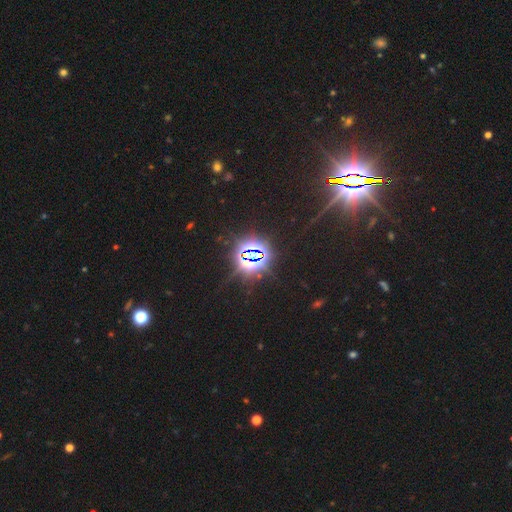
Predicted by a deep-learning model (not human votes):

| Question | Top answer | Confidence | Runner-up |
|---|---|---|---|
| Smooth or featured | star or artifact | 84% | smooth (9%) |